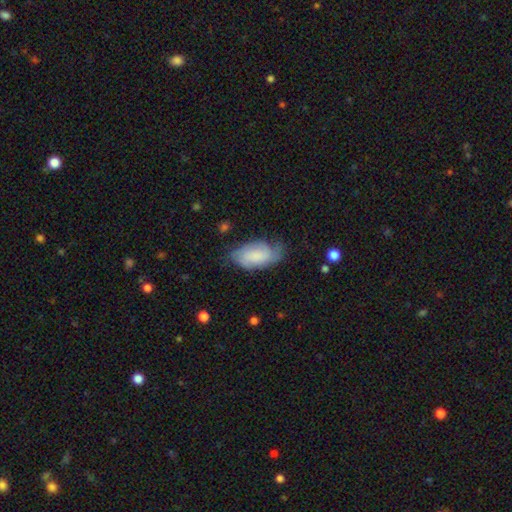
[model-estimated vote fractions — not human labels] smooth-or-featured: smooth: 52% | featured or disk: 41% | star or artifact: 7%
  how-rounded: in between: 93% | round: 4% | cigar-shaped: 3%
  merging: none: 58% | minor disturbance: 31% | major disturbance: 10% | merger: 2%